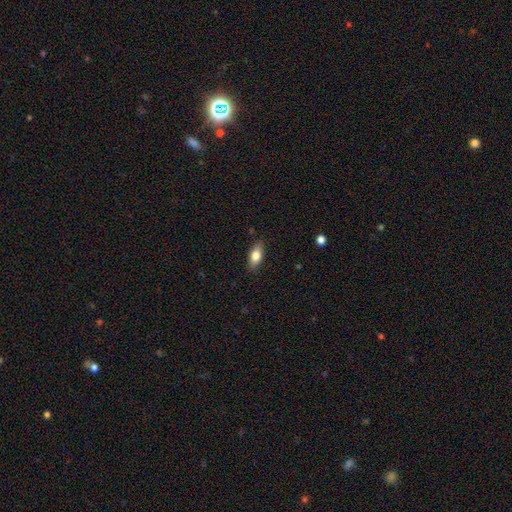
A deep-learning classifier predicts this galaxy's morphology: A smooth galaxy with no disk features (75%) that is in between round and cigar-shaped (83%). Merging: none (86%).